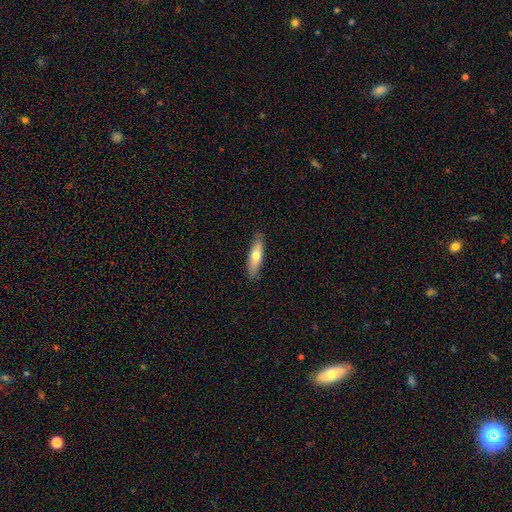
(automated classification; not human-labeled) A smooth galaxy with no disk features (63%) that is cigar-shaped (60%). Merging: none (86%).